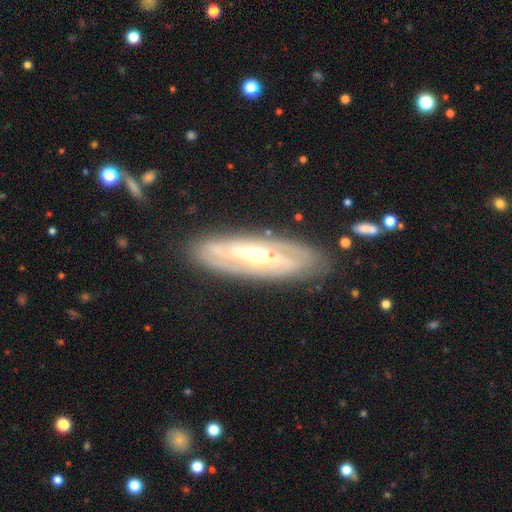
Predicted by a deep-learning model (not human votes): The model was most divided on "bar": no: 46%, weak: 29%, strong: 25%. More confident: merging — none (82%); smooth or featured — featured or disk (79%); edge-on disk — no (76%); spiral arms — yes (66%); bulge size — moderate (62%).